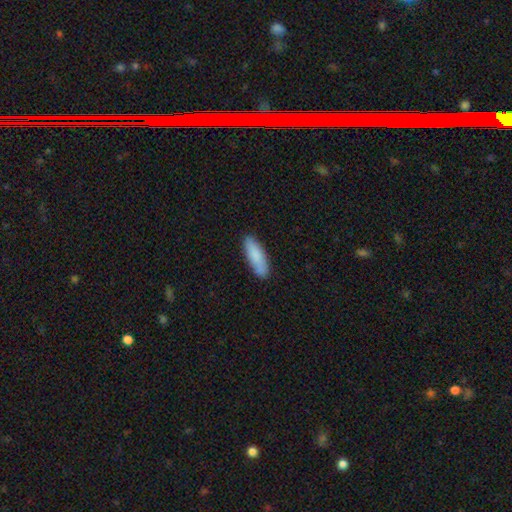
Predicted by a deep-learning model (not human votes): This appears to be a smooth galaxy with no disk features (86%) that is in between round and cigar-shaped (51%). Merging: none (85%).